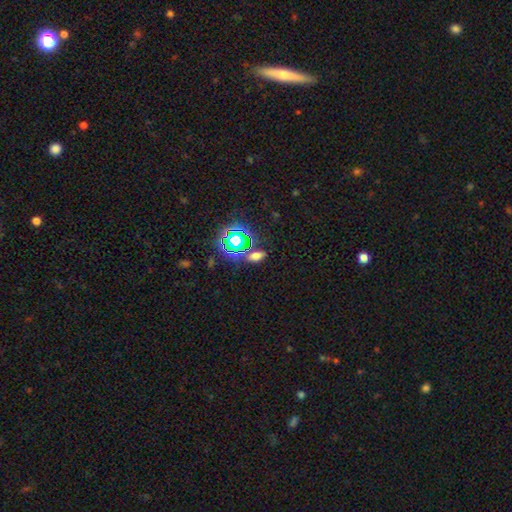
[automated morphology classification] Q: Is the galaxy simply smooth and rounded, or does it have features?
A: smooth — 54%.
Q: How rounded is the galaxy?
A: in between — 76%.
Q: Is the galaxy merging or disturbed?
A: none — 77%.